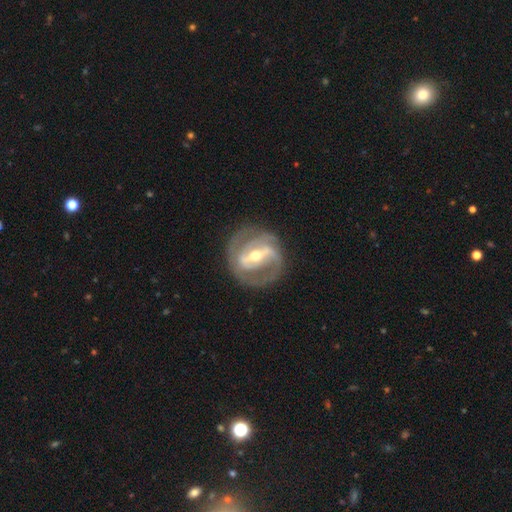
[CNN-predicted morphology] featured or disk 87%, smooth 8%, star or artifact 5%. Down the decision tree: edge-on disk — no (95%); bar — strong (65%); spiral arms — yes (89%); spiral arm count — 2 (67%); spiral winding — tight (43%); bulge size — moderate (60%); merging — none (75%).